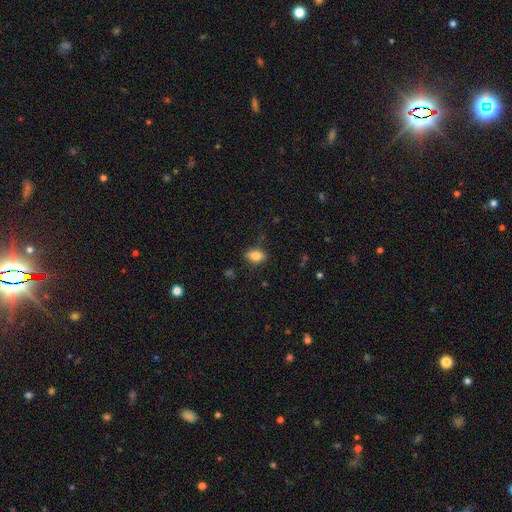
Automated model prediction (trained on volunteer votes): Smooth or featured?
  - smooth: 82% *
  - featured or disk: 10%
  - star or artifact: 9%
How rounded?
  - in between: 80% *
  - round: 17%
  - cigar-shaped: 2%
Merging?
  - none: 80% *
  - minor disturbance: 15%
  - major disturbance: 3%
  - merger: 2%